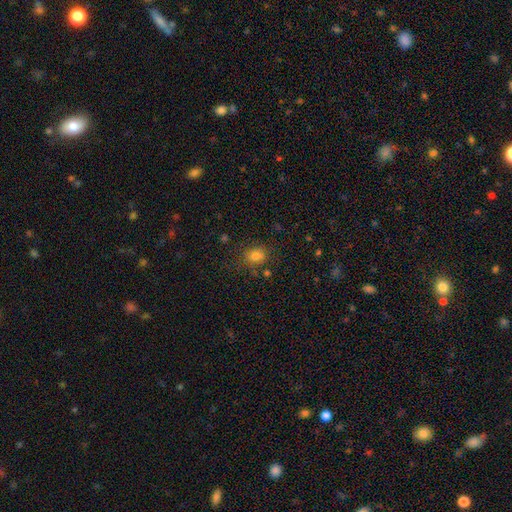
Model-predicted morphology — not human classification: This appears to be a smooth galaxy with no disk features (78%) that is round (50%). Merging: none (76%).